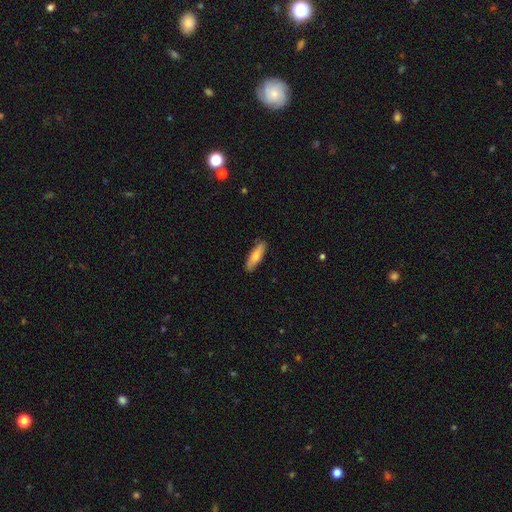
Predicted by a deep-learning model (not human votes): Overall: smooth (76%). How rounded: cigar-shaped (58%; in between 41%). Merging: none (85%).